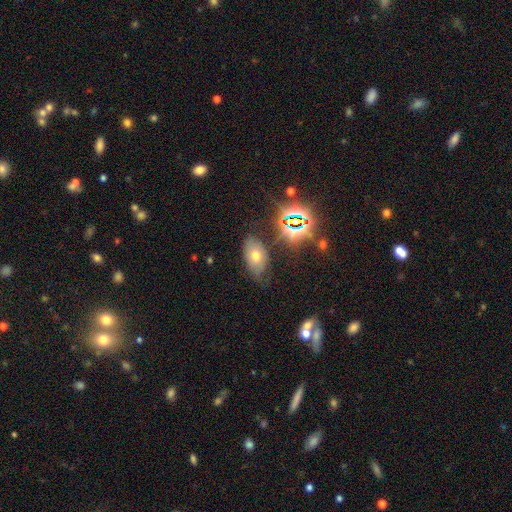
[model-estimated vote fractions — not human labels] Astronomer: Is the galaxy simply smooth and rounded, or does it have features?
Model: smooth — 55%.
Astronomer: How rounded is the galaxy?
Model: in between — 88%.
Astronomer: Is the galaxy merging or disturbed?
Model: none — 63%.